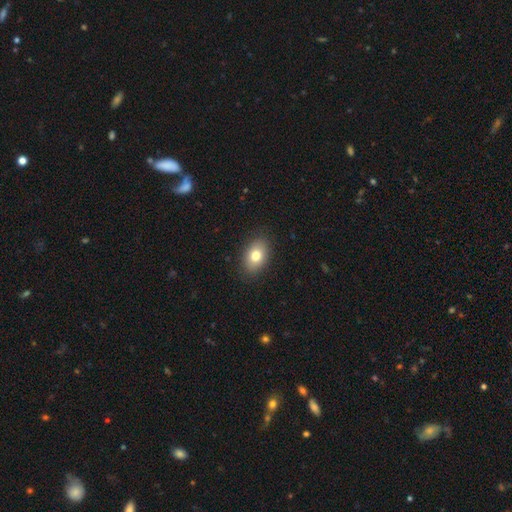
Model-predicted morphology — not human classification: type=smooth (78%); roundness=in between (82%); merging=none (88%).